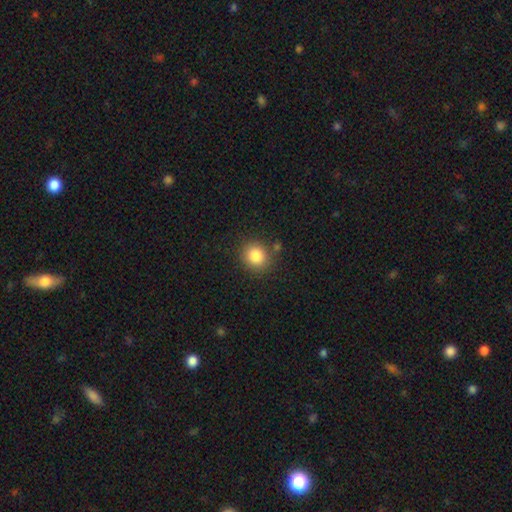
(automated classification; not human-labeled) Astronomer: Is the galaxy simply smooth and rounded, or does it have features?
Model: smooth — 84%.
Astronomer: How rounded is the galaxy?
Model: round — 82%.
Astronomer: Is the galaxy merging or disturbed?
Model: none — 82%.